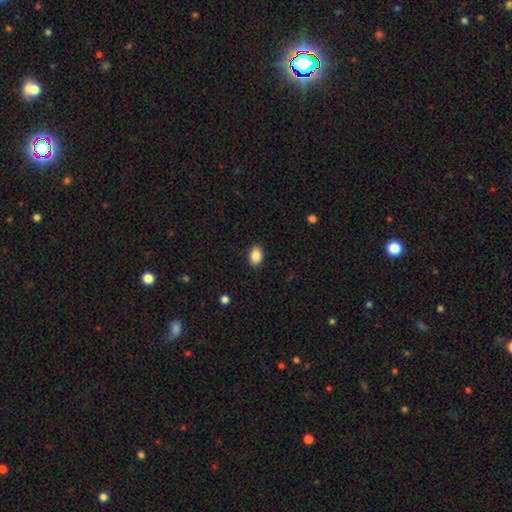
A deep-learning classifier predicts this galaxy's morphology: This appears to be a smooth galaxy with no disk features (88%) that is in between round and cigar-shaped (87%). Merging: none (89%).